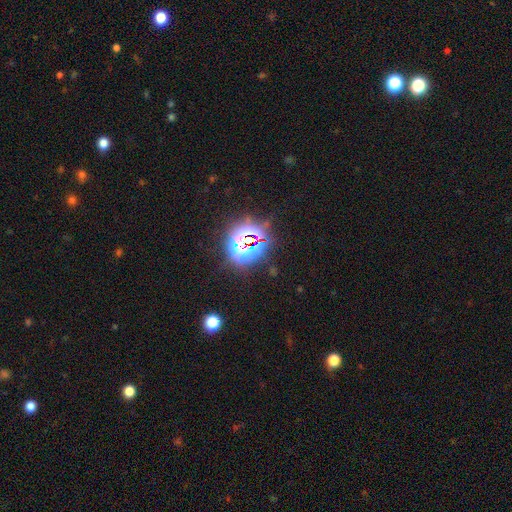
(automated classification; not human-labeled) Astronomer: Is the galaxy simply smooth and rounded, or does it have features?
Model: star or artifact — 80%.